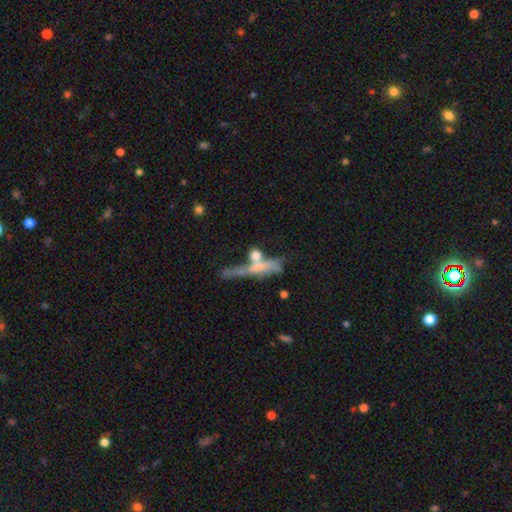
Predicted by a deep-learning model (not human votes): A smooth galaxy with no disk features (48%). Merging: merger (43%).